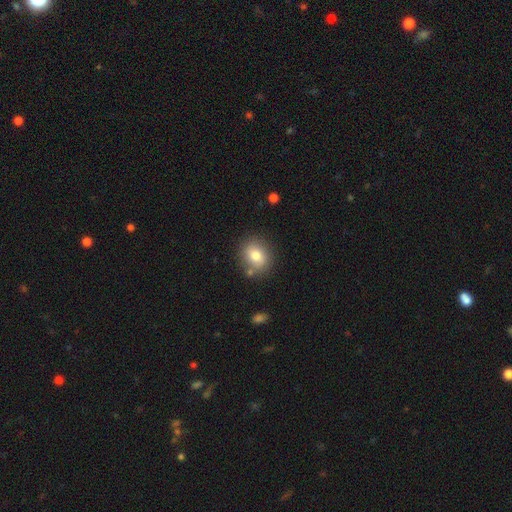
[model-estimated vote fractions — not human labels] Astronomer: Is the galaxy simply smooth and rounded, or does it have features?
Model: smooth — 77%.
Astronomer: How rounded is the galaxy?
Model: round — 65%.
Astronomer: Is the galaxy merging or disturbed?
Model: none — 79%.